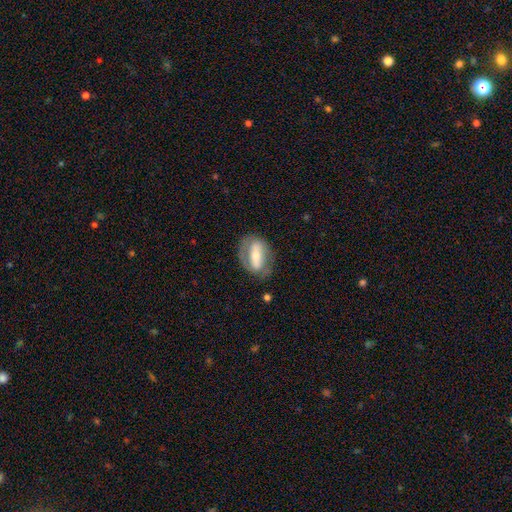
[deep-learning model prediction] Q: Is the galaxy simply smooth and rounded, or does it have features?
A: featured or disk — 61%.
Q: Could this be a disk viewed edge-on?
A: no — 86%.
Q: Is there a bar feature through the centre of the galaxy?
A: strong — 61%.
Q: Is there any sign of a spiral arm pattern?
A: no — 55%.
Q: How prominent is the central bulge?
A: moderate — 51%.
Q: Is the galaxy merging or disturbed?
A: none — 69%.